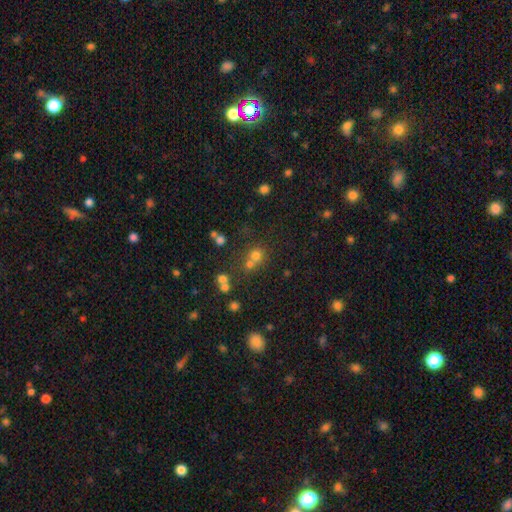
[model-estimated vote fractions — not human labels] A smooth galaxy with no disk features (67%) that is round (85%). Merging: none (50%).